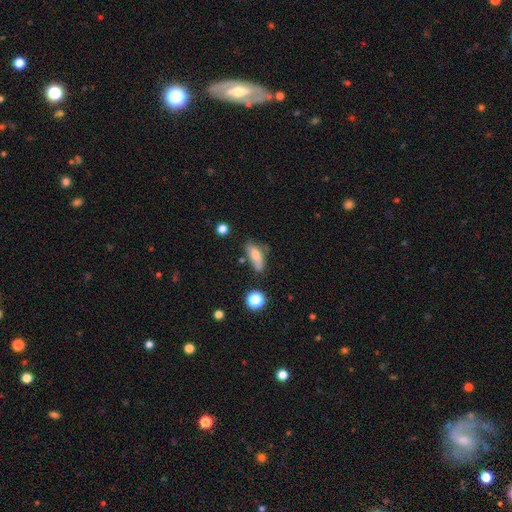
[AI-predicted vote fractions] smooth 70%, featured or disk 19%, star or artifact 10%. Down the decision tree: how rounded — in between (74%); merging — none (49%).